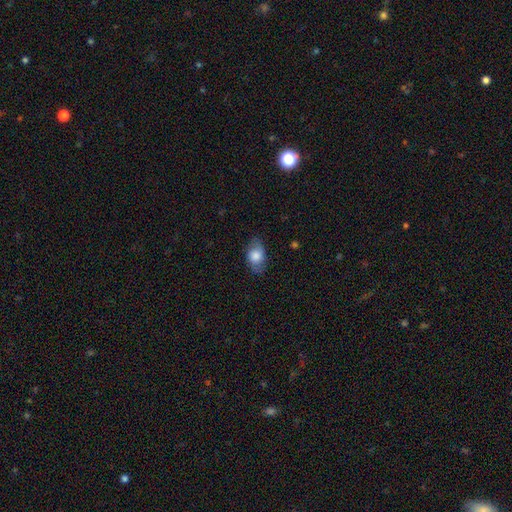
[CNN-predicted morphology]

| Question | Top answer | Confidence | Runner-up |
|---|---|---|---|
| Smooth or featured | smooth | 68% | featured or disk (25%) |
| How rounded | in between | 84% | round (14%) |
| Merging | none | 77% | minor disturbance (17%) |